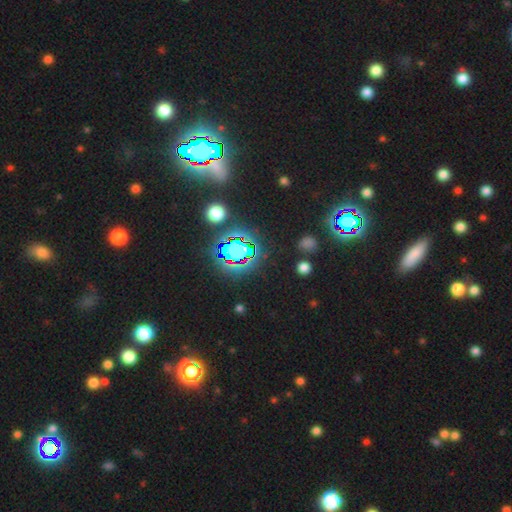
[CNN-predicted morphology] A star or artifact, not a galaxy (80%).

Vote fractions:
- Smooth or featured? star or artifact: 80% / smooth: 12% / featured or disk: 8%